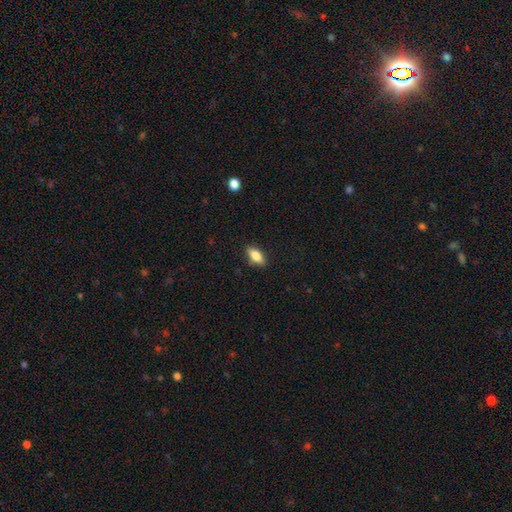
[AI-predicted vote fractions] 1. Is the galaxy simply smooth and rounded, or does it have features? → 80% smooth, 13% featured or disk, 7% star or artifact.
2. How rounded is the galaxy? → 83% in between, 14% cigar-shaped, 3% round.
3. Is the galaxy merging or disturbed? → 87% none, 10% minor disturbance, 2% major disturbance, 1% merger.